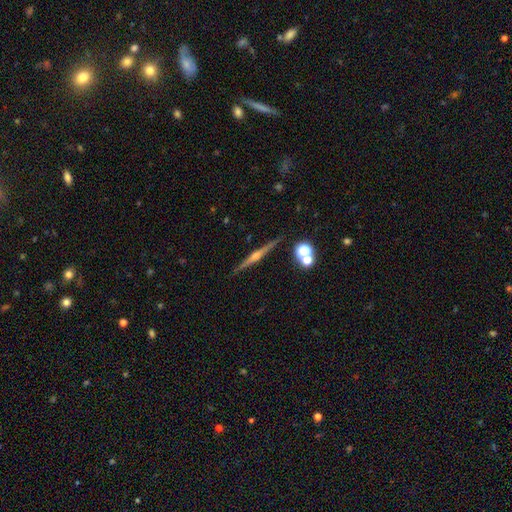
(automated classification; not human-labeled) Q: Smooth or featured?
A: featured or disk (78%); runner-up: smooth (14%)
Q: Edge-on disk?
A: yes (98%); runner-up: no (2%)
Q: Edge-on bulge?
A: rounded (89%); runner-up: none (6%)
Q: Merging?
A: none (89%); runner-up: minor disturbance (7%)